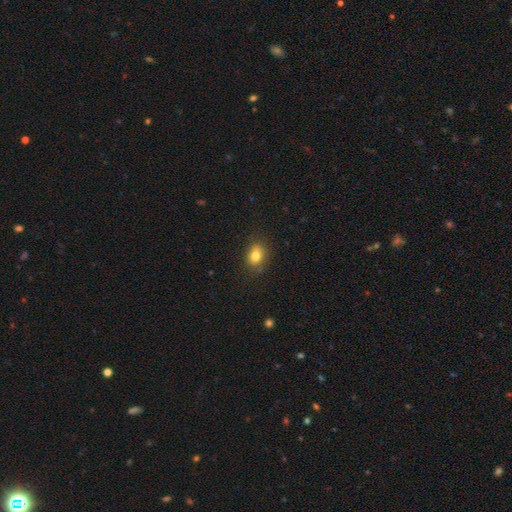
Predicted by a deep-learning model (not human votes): Smooth or featured? smooth (80%)
How rounded? in between (61%)
Merging? none (81%)